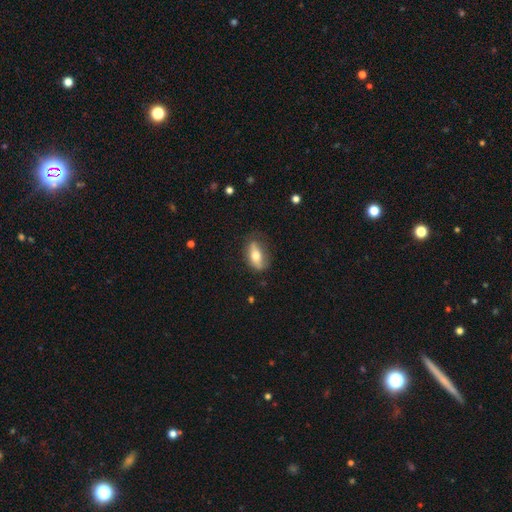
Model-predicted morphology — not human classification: type=smooth (59%); roundness=in between (80%); merging=none (67%).